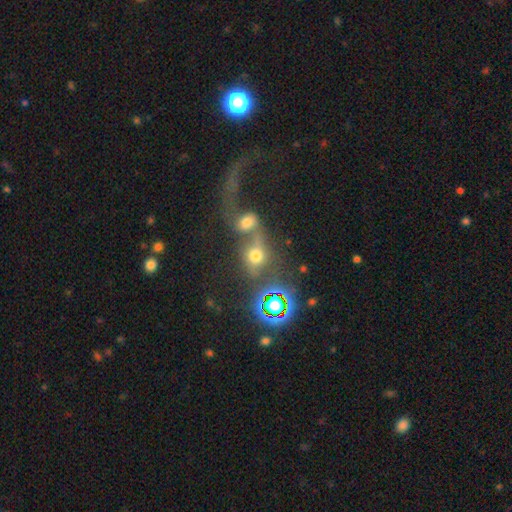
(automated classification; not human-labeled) Smooth or featured?
  - smooth: 53% *
  - star or artifact: 25%
  - featured or disk: 23%
How rounded?
  - round: 57% *
  - in between: 40%
  - cigar-shaped: 3%
Merging?
  - merger: 61% *
  - none: 22%
  - major disturbance: 10%
  - minor disturbance: 7%